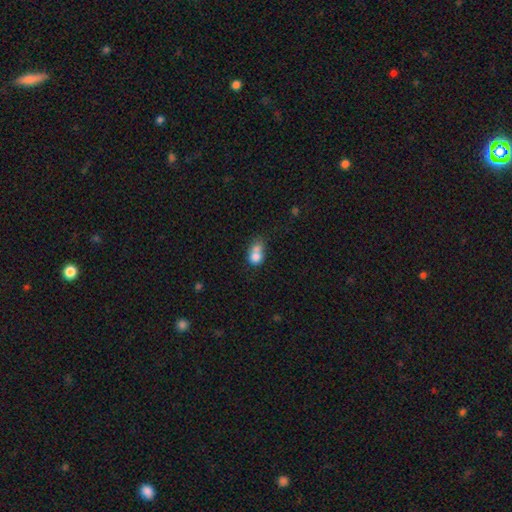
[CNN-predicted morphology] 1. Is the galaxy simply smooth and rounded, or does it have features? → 75% smooth, 15% featured or disk, 10% star or artifact.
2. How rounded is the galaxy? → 50% round, 48% in between, 2% cigar-shaped.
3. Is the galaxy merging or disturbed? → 53% merger, 24% none, 14% minor disturbance, 9% major disturbance.